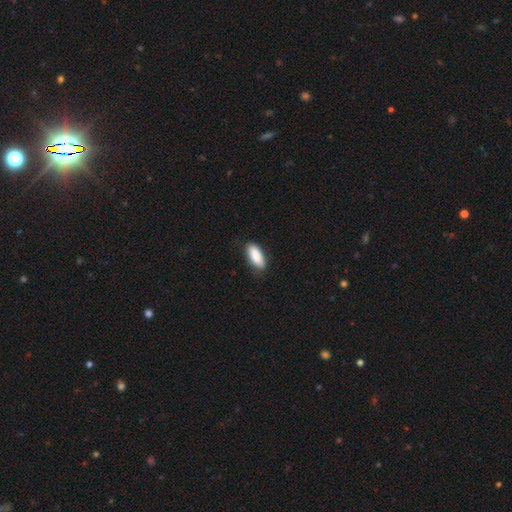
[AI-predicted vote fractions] Q: Smooth or featured?
A: smooth (87%); runner-up: featured or disk (7%)
Q: How rounded?
A: in between (81%); runner-up: cigar-shaped (17%)
Q: Merging?
A: none (82%); runner-up: minor disturbance (15%)